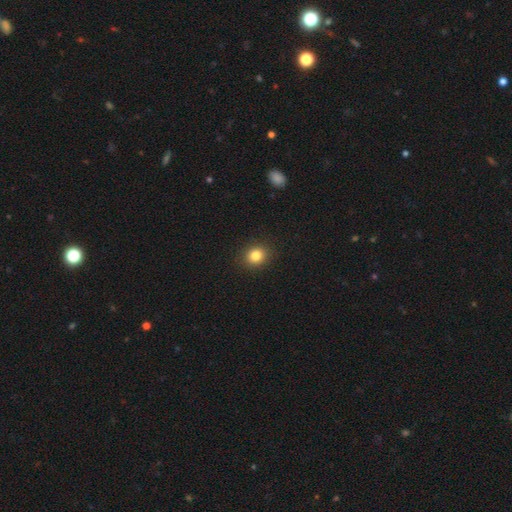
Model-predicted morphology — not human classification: This appears to be a smooth galaxy with no disk features (82%) that is round (74%). Merging: none (90%).